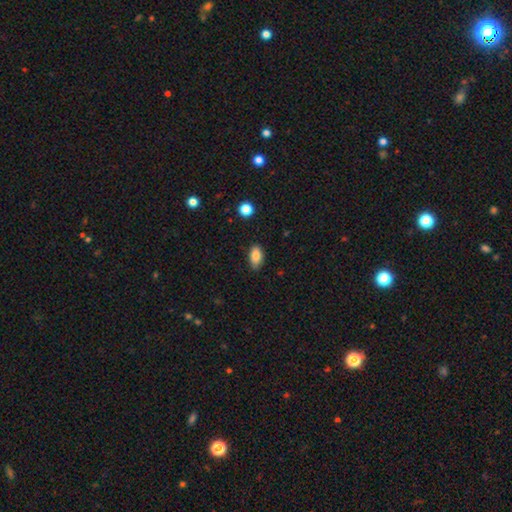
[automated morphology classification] type=smooth (84%); roundness=in between (92%); merging=none (85%).